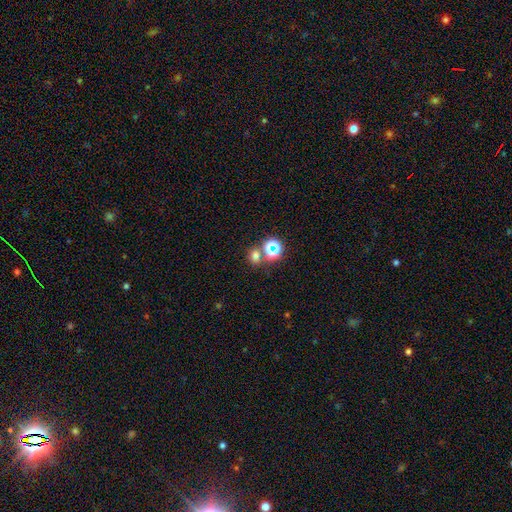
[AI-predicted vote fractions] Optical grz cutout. It shows a smooth galaxy with no disk features (59%) that is round (73%). Merging: none (68%).